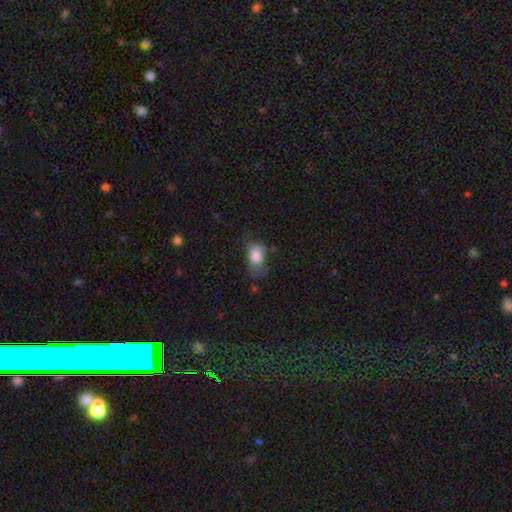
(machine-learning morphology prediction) smooth-or-featured: smooth: 79% | featured or disk: 12% | star or artifact: 8%
  how-rounded: in between: 85% | round: 13% | cigar-shaped: 2%
  merging: none: 43% | minor disturbance: 34% | major disturbance: 20% | merger: 3%